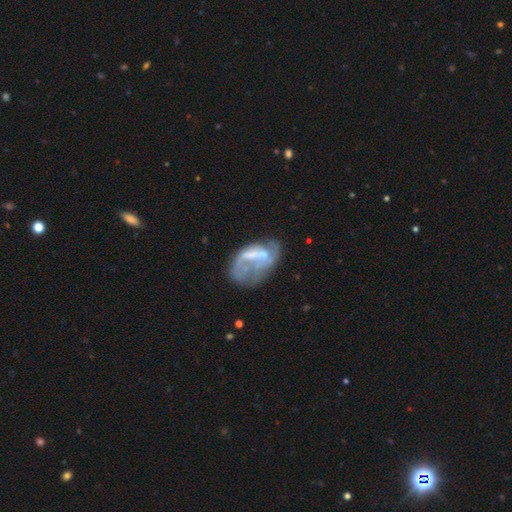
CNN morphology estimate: Smooth or featured: featured or disk — 60% (smooth — 30%)
Edge-on disk: no — 97% (yes — 3%)
Bar: no — 60% (weak — 29%)
Spiral arms: no — 66% (yes — 34%)
Bulge size: none — 47% (small — 24%)
Merging: major disturbance — 38% (none — 28%)